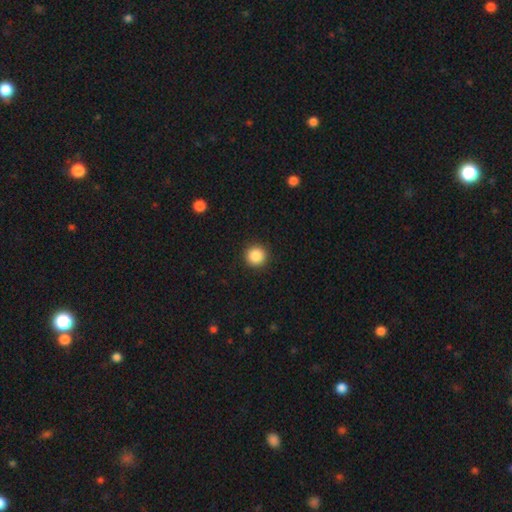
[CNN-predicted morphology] smooth-or-featured: smooth: 87% | star or artifact: 9% | featured or disk: 3%
  how-rounded: round: 95% | in between: 4% | cigar-shaped: 1%
  merging: none: 93% | minor disturbance: 5% | major disturbance: 2% | merger: 1%